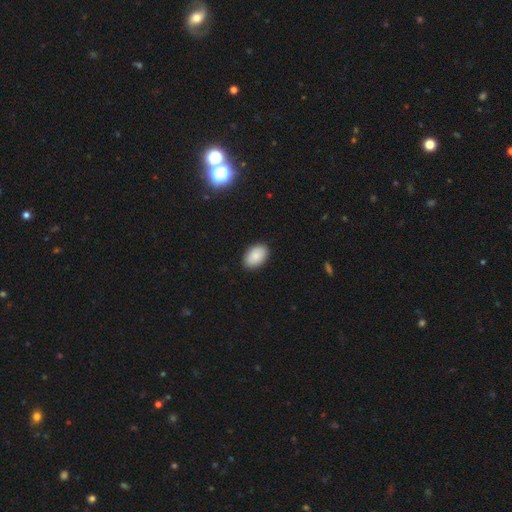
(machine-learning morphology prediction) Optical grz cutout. It shows a smooth galaxy with no disk features (88%) that is in between round and cigar-shaped (91%). Merging: none (89%).